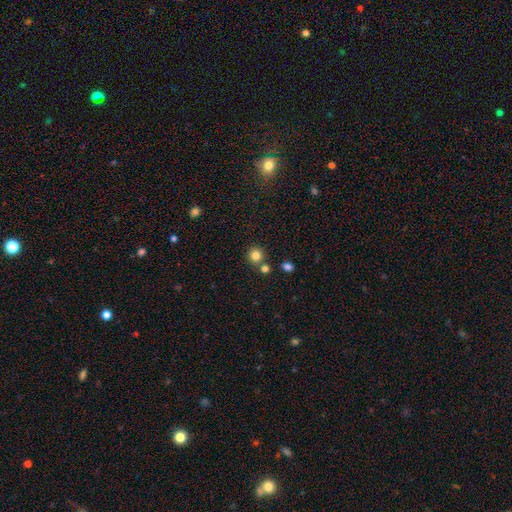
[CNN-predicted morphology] Smooth or featured: smooth — 81% (star or artifact — 13%)
How rounded: round — 93% (in between — 6%)
Merging: none — 76% (merger — 14%)